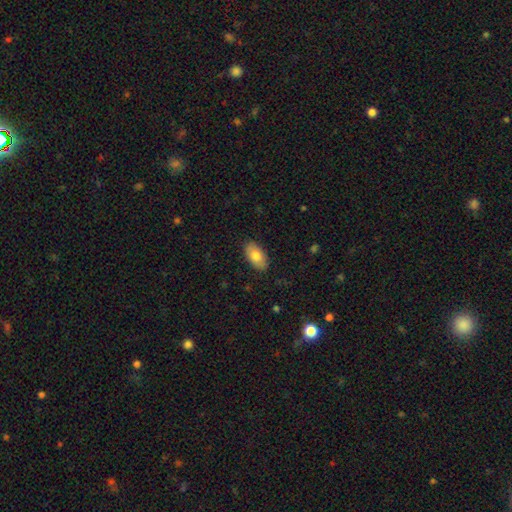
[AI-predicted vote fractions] smooth 80%, featured or disk 14%, star or artifact 6%. Down the decision tree: how rounded — in between (94%); merging — none (88%).